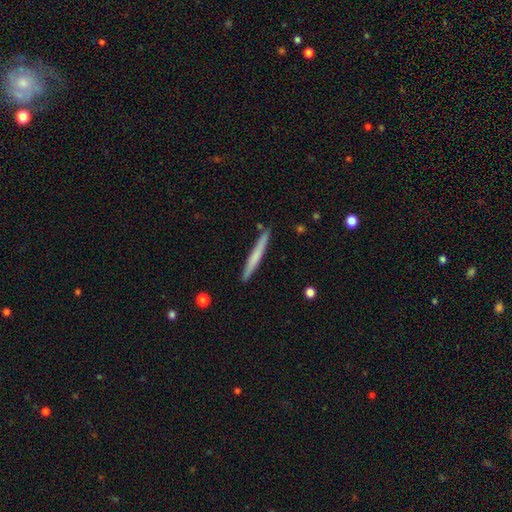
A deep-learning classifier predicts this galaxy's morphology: The model was most divided on "smooth or featured": smooth: 60%, featured or disk: 35%, star or artifact: 6%. More confident: how rounded — cigar-shaped (97%); merging — none (90%).